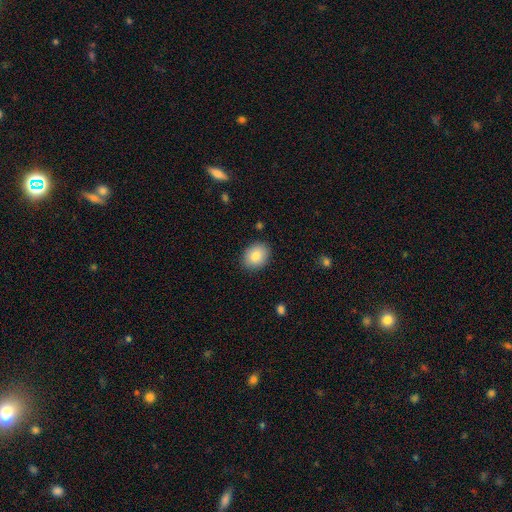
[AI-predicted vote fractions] This is clearly a smooth galaxy (85%). How rounded: possibly in between (56%). Merging: clearly none (88%).